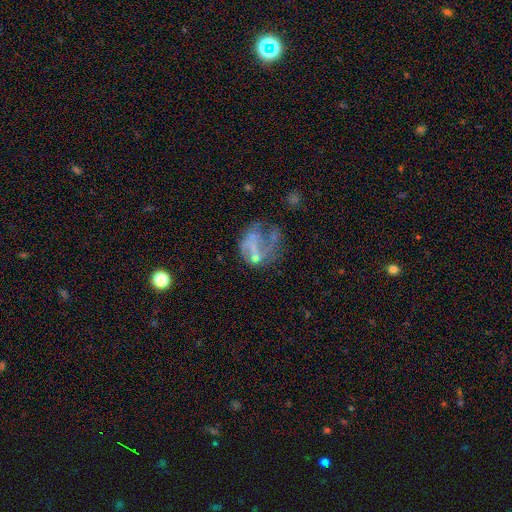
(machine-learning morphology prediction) Smooth or featured? featured or disk (58%)
Edge-on disk? no (98%)
Bar? no (76%)
Spiral arms? no (75%)
Bulge size? none (70%)
Merging? major disturbance (41%)